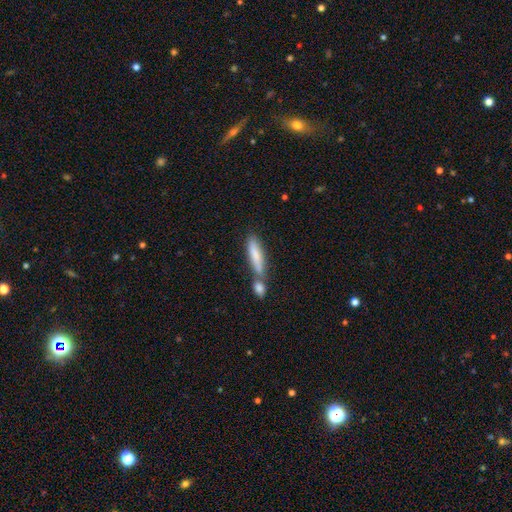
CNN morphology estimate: A smooth galaxy with no disk features (75%) that is cigar-shaped (76%). Merging: merger (42%).